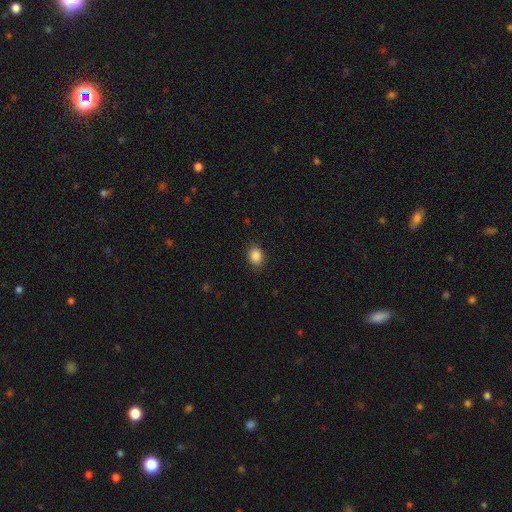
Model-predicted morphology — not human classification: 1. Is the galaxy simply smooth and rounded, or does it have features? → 87% smooth, 9% star or artifact, 4% featured or disk.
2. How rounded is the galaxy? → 54% in between, 45% round, 1% cigar-shaped.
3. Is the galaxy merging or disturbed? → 87% none, 9% minor disturbance, 2% major disturbance, 1% merger.